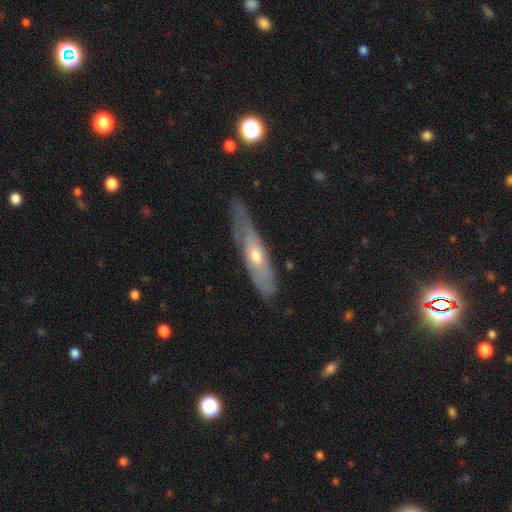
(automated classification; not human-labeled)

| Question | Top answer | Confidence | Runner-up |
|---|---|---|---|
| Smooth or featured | featured or disk | 63% | smooth (29%) |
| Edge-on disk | yes | 61% | no (39%) |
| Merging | none | 67% | minor disturbance (25%) |